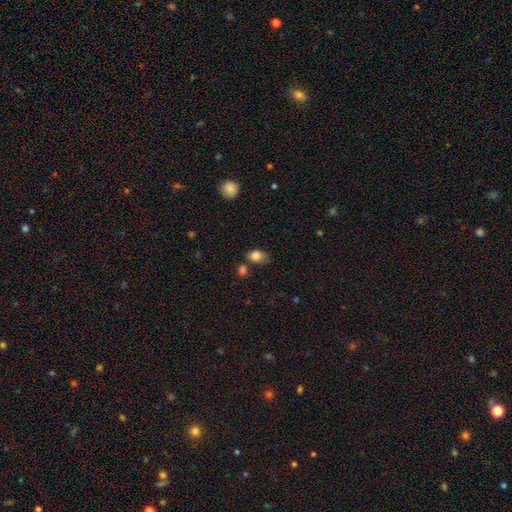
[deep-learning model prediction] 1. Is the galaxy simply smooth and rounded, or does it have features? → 84% smooth, 9% star or artifact, 7% featured or disk.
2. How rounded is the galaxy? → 76% in between, 22% round, 2% cigar-shaped.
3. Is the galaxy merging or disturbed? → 49% none, 31% minor disturbance, 10% merger, 9% major disturbance.